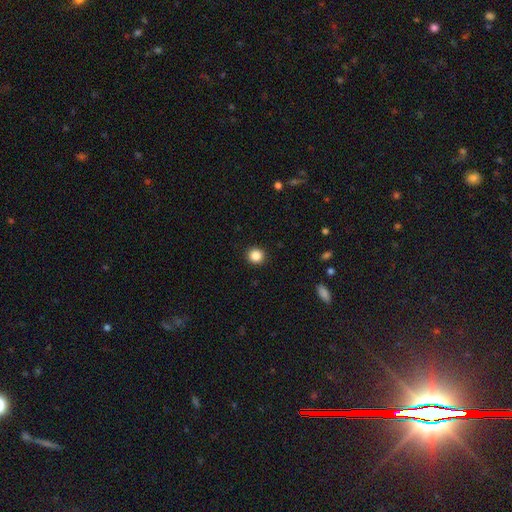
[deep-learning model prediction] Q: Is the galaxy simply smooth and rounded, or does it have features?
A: smooth — 86%.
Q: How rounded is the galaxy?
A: round — 92%.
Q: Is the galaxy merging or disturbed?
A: none — 93%.